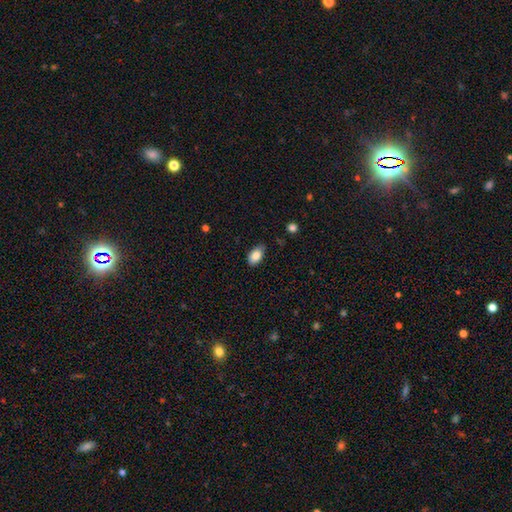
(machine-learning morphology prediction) Q: Smooth or featured?
A: smooth (85%); runner-up: featured or disk (8%)
Q: How rounded?
A: in between (92%); runner-up: round (6%)
Q: Merging?
A: none (76%); runner-up: minor disturbance (19%)